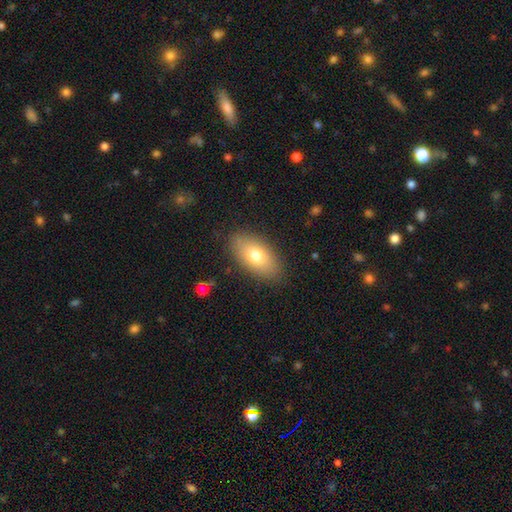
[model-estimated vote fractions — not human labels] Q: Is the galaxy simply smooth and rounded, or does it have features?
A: smooth — 73%.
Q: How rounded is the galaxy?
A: in between — 90%.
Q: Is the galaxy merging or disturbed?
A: none — 85%.